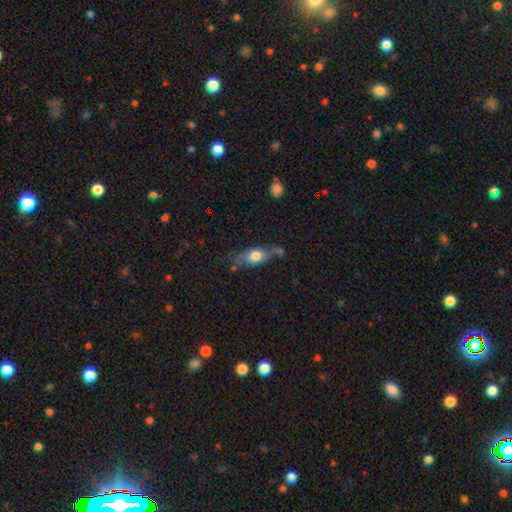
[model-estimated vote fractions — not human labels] Smooth or featured? Predicted: smooth (p=0.51). How rounded? Predicted: in between (p=0.63). Merging? Predicted: none (p=0.50).